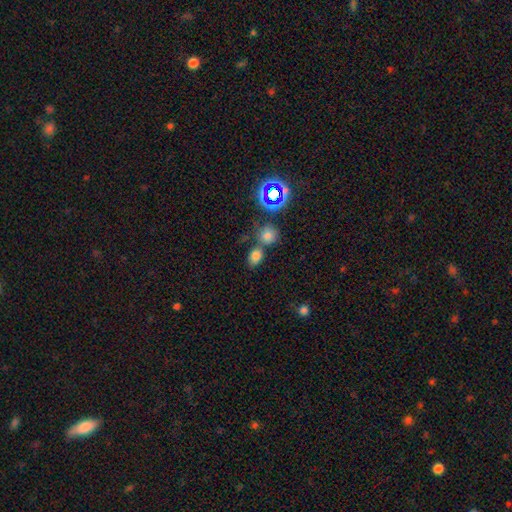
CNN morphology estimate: This is likely a smooth galaxy (75%). How rounded: possibly in between (59%). Merging: possibly none (56%).